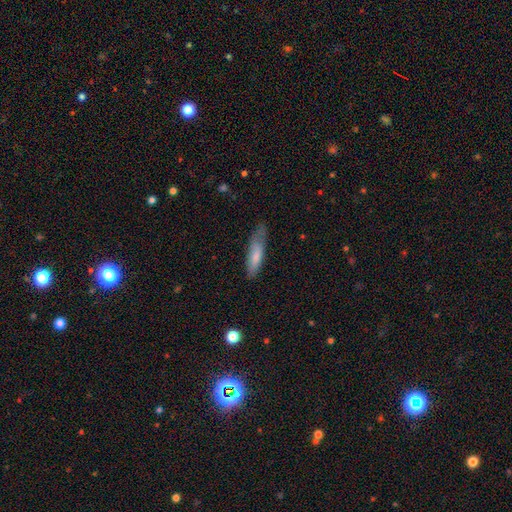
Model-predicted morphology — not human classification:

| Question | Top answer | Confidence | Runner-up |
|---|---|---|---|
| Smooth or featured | smooth | 74% | featured or disk (20%) |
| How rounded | cigar-shaped | 65% | in between (34%) |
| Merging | none | 55% | minor disturbance (32%) |